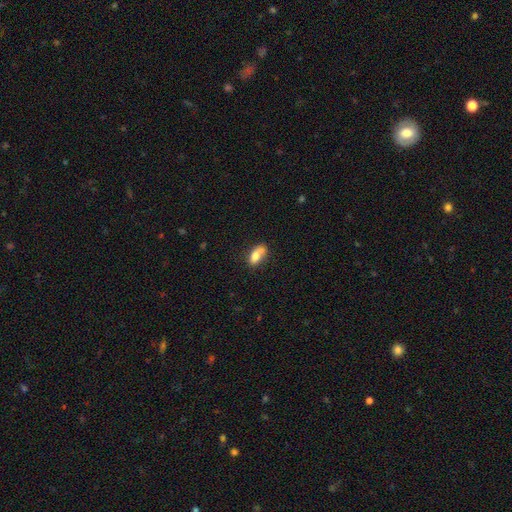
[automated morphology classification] smooth_or_featured: smooth (p=0.73) [alt: featured or disk p=0.18]
how_rounded: in between (p=0.84) [alt: cigar-shaped p=0.10]
merging: none (p=0.43) [alt: minor disturbance p=0.25]